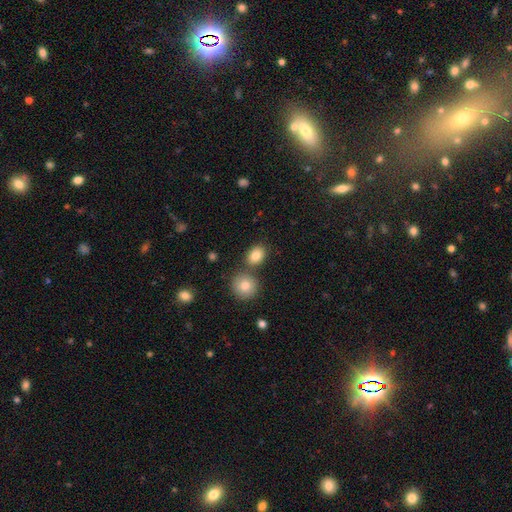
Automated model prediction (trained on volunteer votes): Q: Smooth or featured?
A: smooth (84%); runner-up: star or artifact (9%)
Q: How rounded?
A: in between (57%); runner-up: round (41%)
Q: Merging?
A: none (68%); runner-up: merger (19%)